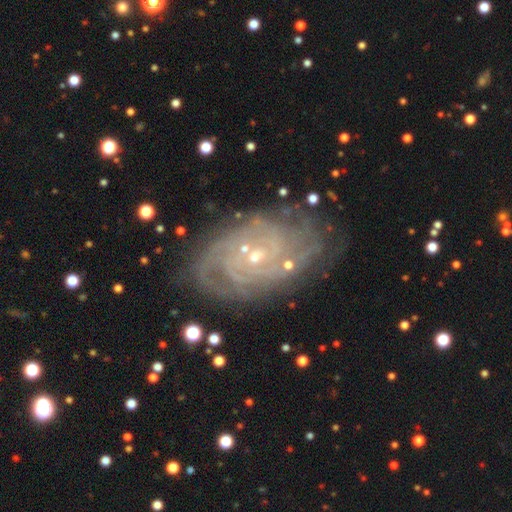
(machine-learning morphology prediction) Smooth or featured?
  - featured or disk: 86% *
  - star or artifact: 7%
  - smooth: 6%
Edge-on disk?
  - no: 96% *
  - yes: 4%
Bar?
  - no: 64% *
  - weak: 28%
  - strong: 7%
Spiral arms?
  - yes: 97% *
  - no: 3%
Spiral winding?
  - tight: 76% *
  - medium: 20%
  - loose: 4%
Spiral arm count?
  - can't tell: 31% *
  - 4: 18%
  - 3: 15%
  - more than 4: 15%
  - 2: 14%
  - 1: 7%
Bulge size?
  - small: 79% *
  - moderate: 17%
  - none: 2%
  - large: 1%
  - dominant: 1%
Merging?
  - none: 76% *
  - minor disturbance: 16%
  - major disturbance: 5%
  - merger: 3%